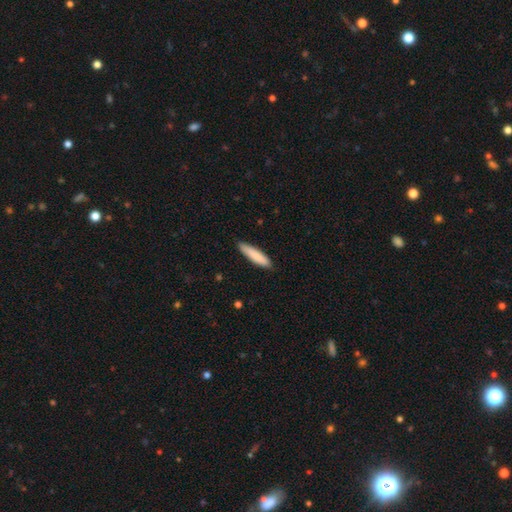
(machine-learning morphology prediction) Q: Smooth or featured?
A: smooth (85%); runner-up: featured or disk (9%)
Q: How rounded?
A: cigar-shaped (77%); runner-up: in between (22%)
Q: Merging?
A: none (88%); runner-up: minor disturbance (9%)